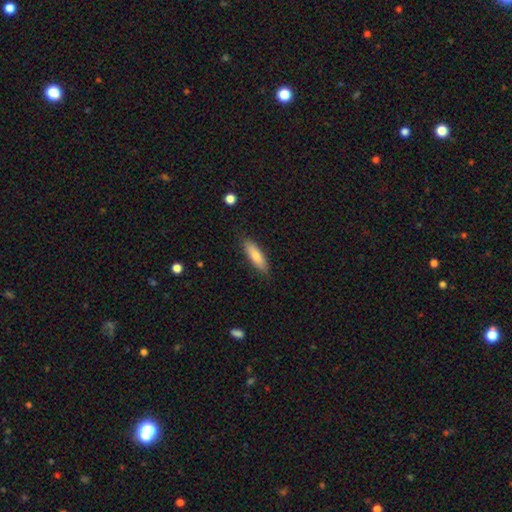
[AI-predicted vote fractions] smooth-or-featured: smooth: 77% | featured or disk: 17% | star or artifact: 6%
  how-rounded: cigar-shaped: 59% | in between: 39% | round: 2%
  merging: none: 85% | minor disturbance: 12% | major disturbance: 2% | merger: 1%